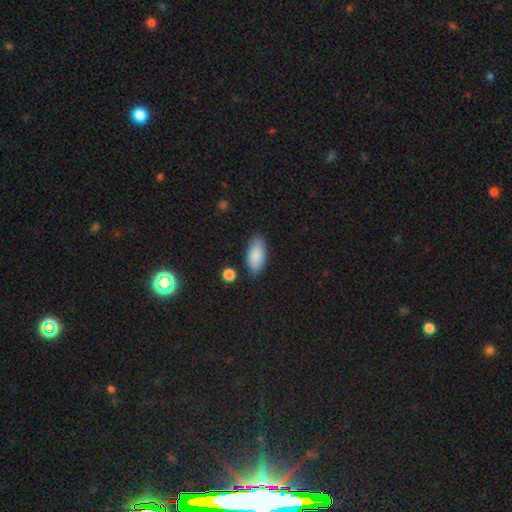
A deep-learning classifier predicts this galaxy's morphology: This appears to be a smooth galaxy with no disk features (86%) that is in between round and cigar-shaped (89%). Merging: none (78%).